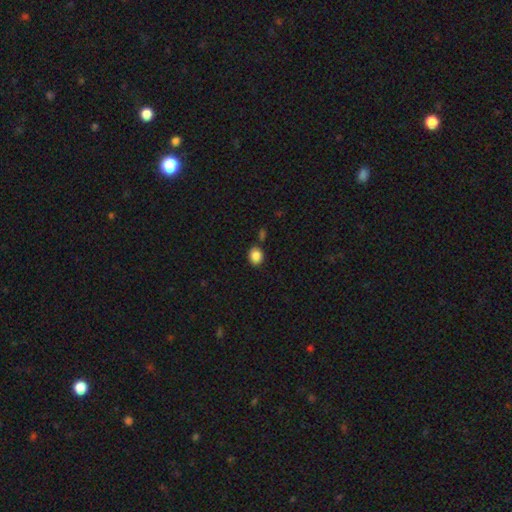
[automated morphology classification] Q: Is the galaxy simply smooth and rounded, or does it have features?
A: smooth — 87%.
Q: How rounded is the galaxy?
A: round — 62%.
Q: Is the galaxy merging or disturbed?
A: none — 80%.